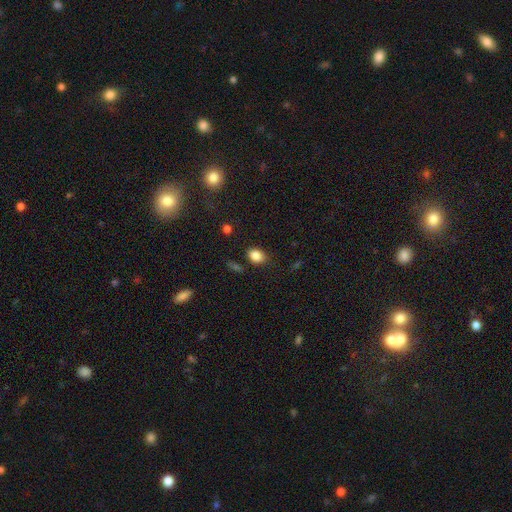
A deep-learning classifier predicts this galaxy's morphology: Overall: smooth (85%). How rounded: in between (67%; round 32%). Merging: none (79%).